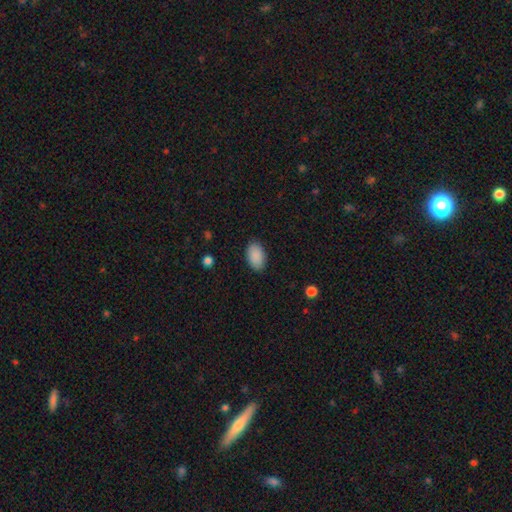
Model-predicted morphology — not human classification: A smooth galaxy with no disk features (90%) that is in between round and cigar-shaped (92%). Merging: none (87%).